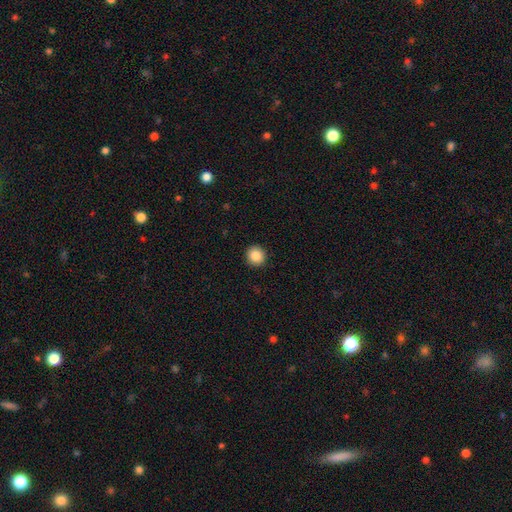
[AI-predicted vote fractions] smooth-or-featured: smooth: 87% | star or artifact: 9% | featured or disk: 4%
  how-rounded: round: 94% | in between: 5% | cigar-shaped: 1%
  merging: none: 93% | minor disturbance: 5% | major disturbance: 2% | merger: 1%